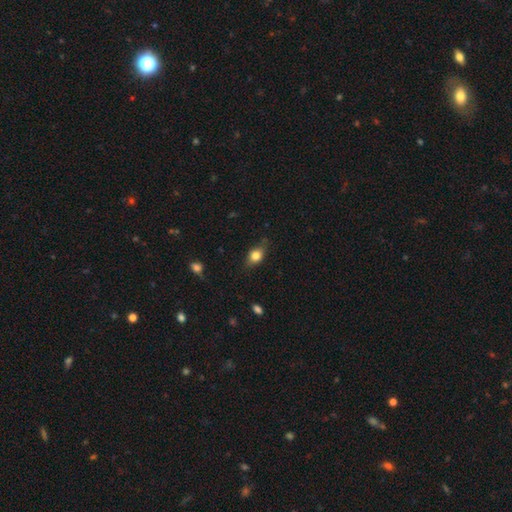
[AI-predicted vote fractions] Overall: smooth (77%). How rounded: in between (68%). Merging: none (71%).